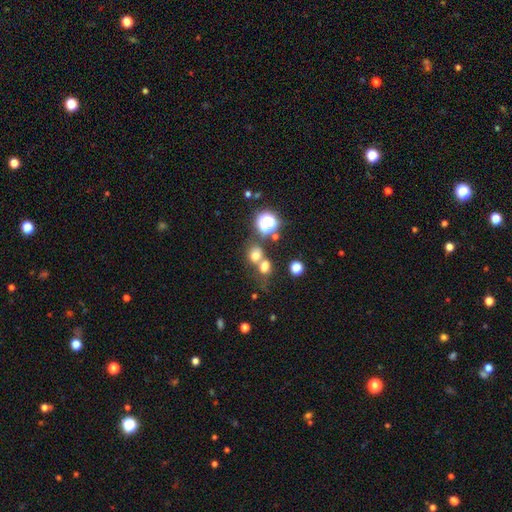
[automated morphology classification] Smooth or featured? smooth (68%)
How rounded? round (69%)
Merging? none (43%)